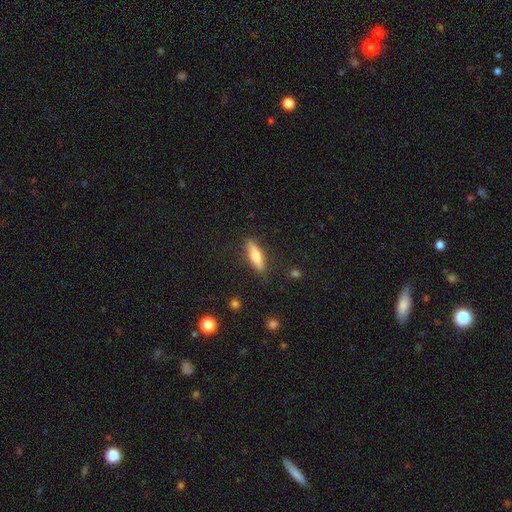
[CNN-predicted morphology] smooth-or-featured: smooth: 73% | featured or disk: 21% | star or artifact: 6%
  how-rounded: cigar-shaped: 61% | in between: 37% | round: 2%
  merging: none: 86% | minor disturbance: 10% | major disturbance: 2% | merger: 1%